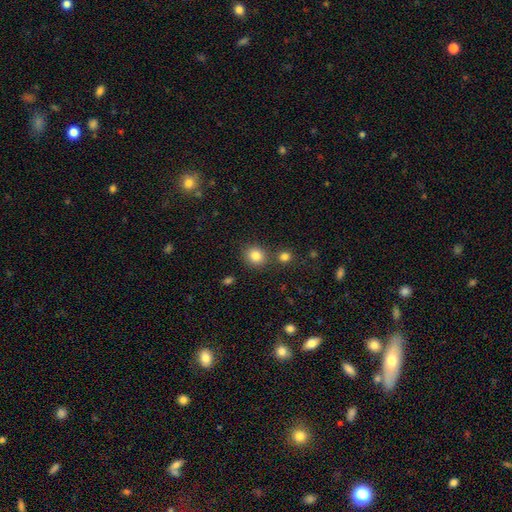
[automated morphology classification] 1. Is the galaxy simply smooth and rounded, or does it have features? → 84% smooth, 11% star or artifact, 5% featured or disk.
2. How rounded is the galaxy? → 80% round, 19% in between, 1% cigar-shaped.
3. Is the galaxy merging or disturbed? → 79% none, 10% merger, 9% minor disturbance, 3% major disturbance.